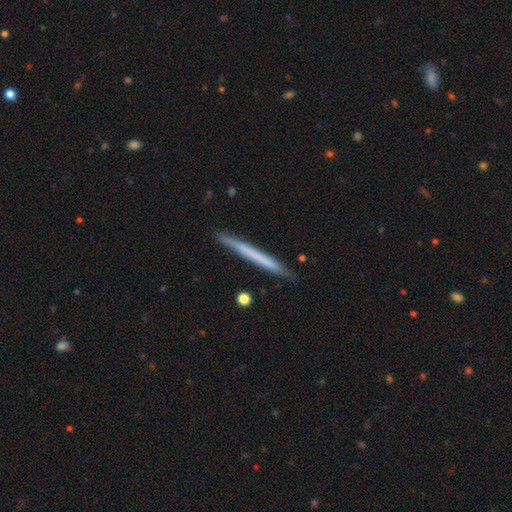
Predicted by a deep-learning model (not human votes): smooth 56%, featured or disk 38%, star or artifact 5%. Down the decision tree: how rounded — cigar-shaped (97%); merging — none (90%).